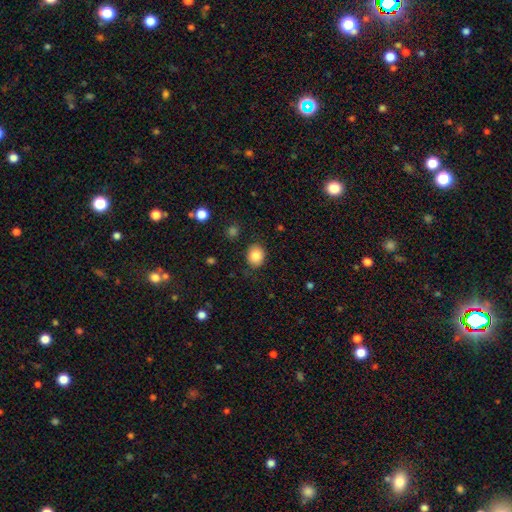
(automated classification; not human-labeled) smooth-or-featured: smooth: 84% | star or artifact: 9% | featured or disk: 6%
  how-rounded: round: 67% | in between: 33% | cigar-shaped: 1%
  merging: none: 84% | minor disturbance: 11% | major disturbance: 3% | merger: 2%